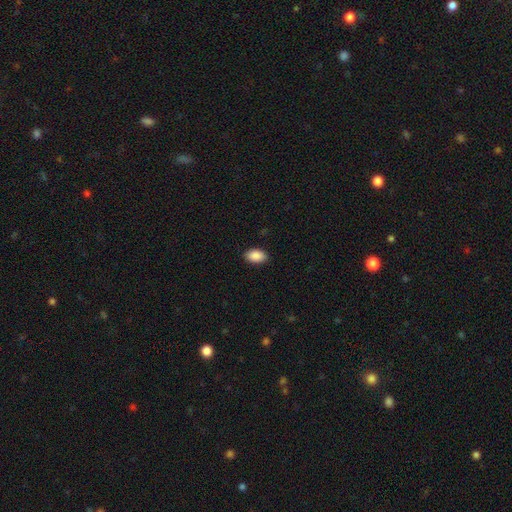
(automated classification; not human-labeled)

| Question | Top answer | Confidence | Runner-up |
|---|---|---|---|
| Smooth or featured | smooth | 90% | star or artifact (7%) |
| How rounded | in between | 92% | round (6%) |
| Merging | none | 88% | minor disturbance (9%) |